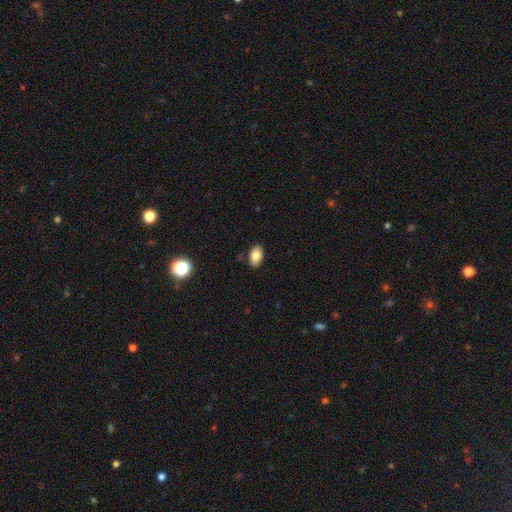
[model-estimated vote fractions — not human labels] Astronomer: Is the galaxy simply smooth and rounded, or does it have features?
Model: smooth — 82%.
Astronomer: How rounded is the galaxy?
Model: in between — 91%.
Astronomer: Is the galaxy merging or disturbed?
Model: none — 88%.